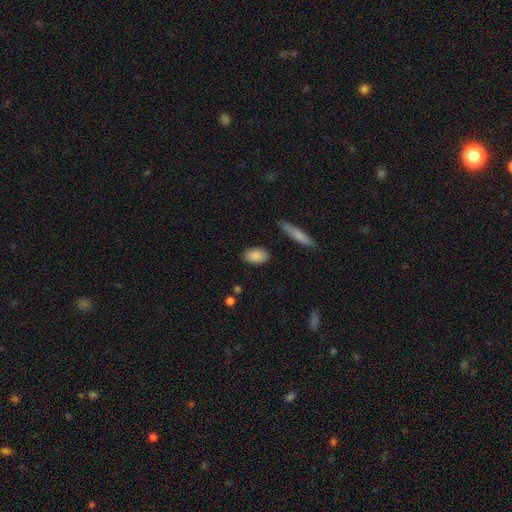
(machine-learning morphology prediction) type=smooth (88%); roundness=in between (89%); merging=none (86%).